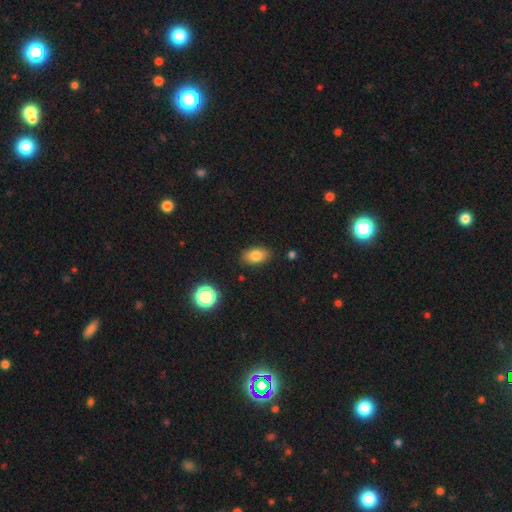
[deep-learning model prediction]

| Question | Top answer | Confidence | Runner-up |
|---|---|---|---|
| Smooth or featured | smooth | 81% | featured or disk (10%) |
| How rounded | in between | 89% | round (9%) |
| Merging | none | 85% | minor disturbance (10%) |